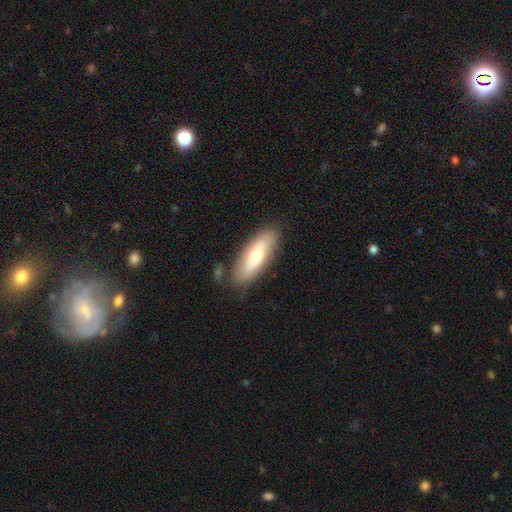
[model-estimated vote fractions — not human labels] smooth 64%, featured or disk 29%, star or artifact 7%. Down the decision tree: how rounded — in between (65%); merging — none (82%).